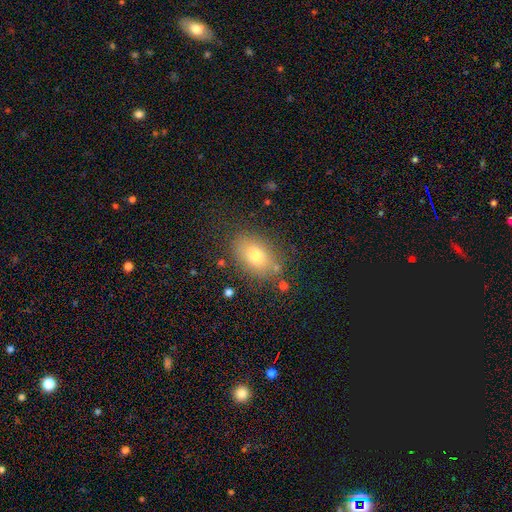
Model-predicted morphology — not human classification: Smooth or featured? Predicted: smooth (p=0.75). How rounded? Predicted: in between (p=0.82). Merging? Predicted: none (p=0.79).